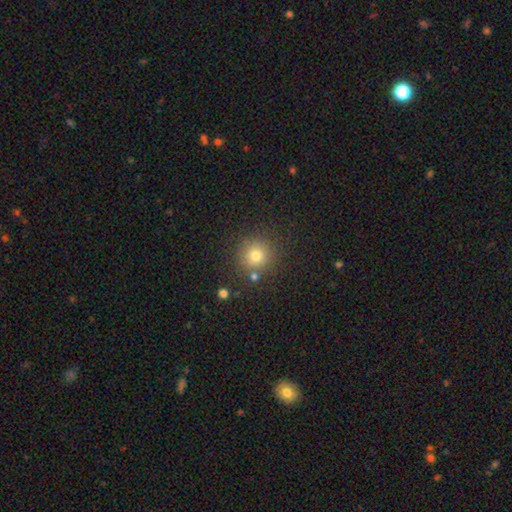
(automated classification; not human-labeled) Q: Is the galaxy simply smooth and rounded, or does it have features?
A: smooth — 76%.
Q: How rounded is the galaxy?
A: round — 93%.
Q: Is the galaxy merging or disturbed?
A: none — 82%.